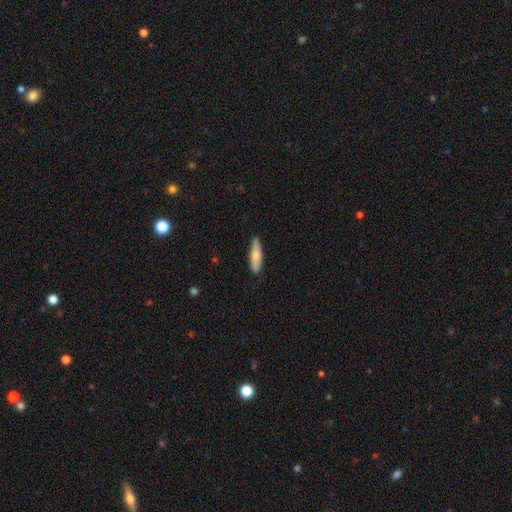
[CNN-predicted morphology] Smooth or featured? smooth (75%)
How rounded? cigar-shaped (66%)
Merging? none (86%)